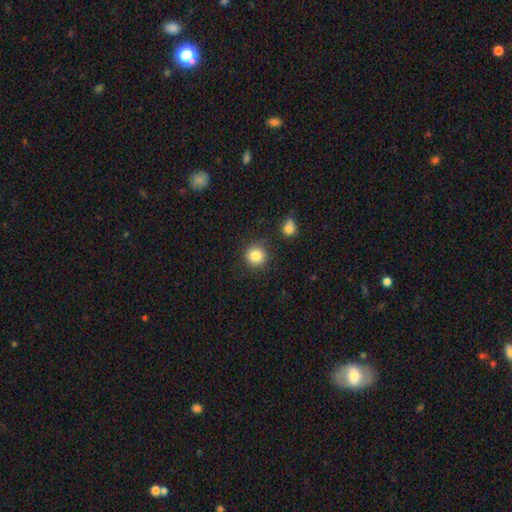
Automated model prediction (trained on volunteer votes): Morphology: type=smooth (84%); roundness=round (92%); merging=none (85%).